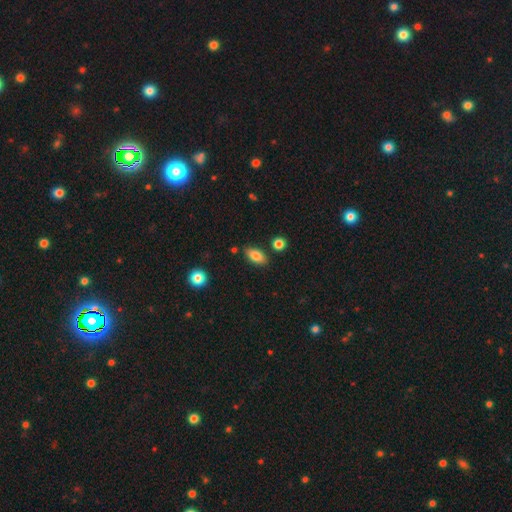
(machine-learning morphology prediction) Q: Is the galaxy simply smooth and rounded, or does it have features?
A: smooth — 81%.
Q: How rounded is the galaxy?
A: in between — 89%.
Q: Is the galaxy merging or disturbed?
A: none — 83%.